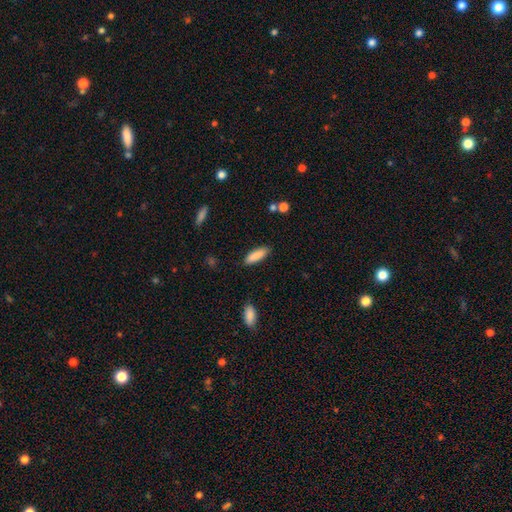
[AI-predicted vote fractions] The model was most divided on "how rounded": in between: 52%, cigar-shaped: 47%, round: 1%. More confident: smooth or featured — smooth (88%); merging — none (87%).